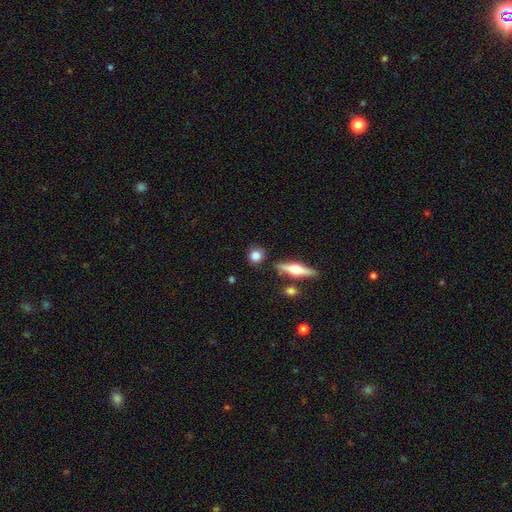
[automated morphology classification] The model was most divided on "smooth or featured": smooth: 79%, featured or disk: 13%, star or artifact: 8%. More confident: merging — none (82%); how rounded — round (81%).